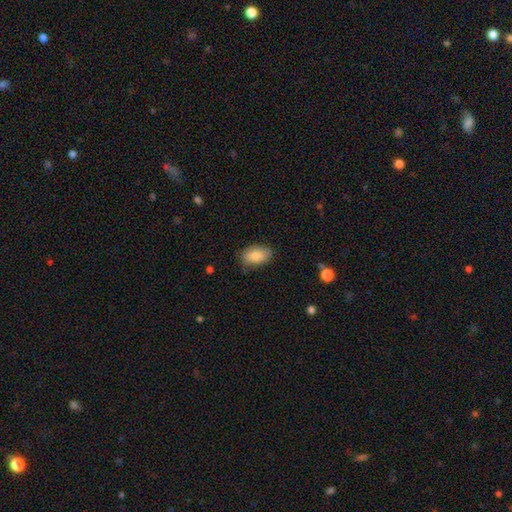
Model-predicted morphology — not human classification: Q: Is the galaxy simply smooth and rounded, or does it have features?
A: smooth — 84%.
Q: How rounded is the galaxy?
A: in between — 92%.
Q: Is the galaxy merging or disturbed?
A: none — 76%.